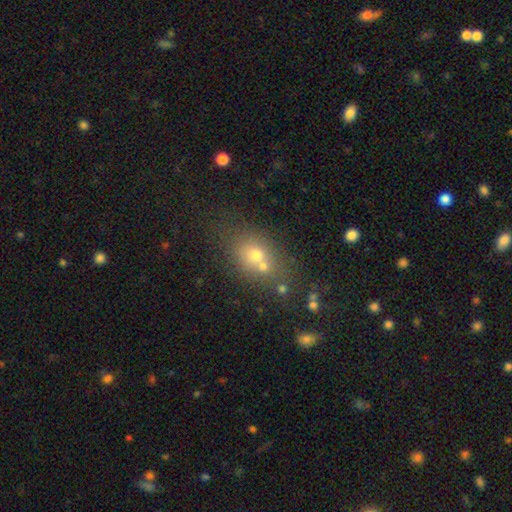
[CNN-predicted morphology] This appears to be a smooth galaxy with no disk features (64%) that is in between round and cigar-shaped (52%). Merging: none (47%).